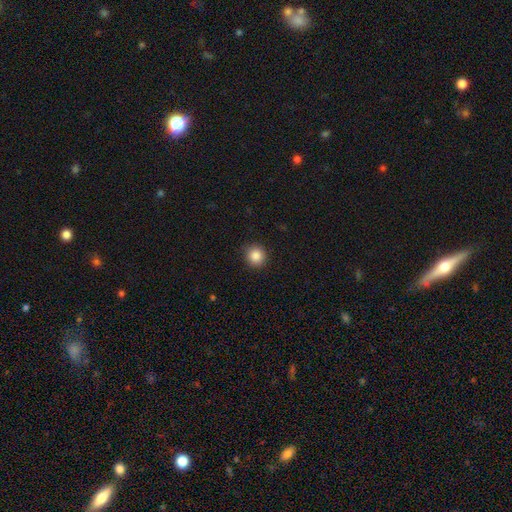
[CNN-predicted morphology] This appears to be a smooth galaxy with no disk features (87%) that is round (93%). Merging: none (90%).